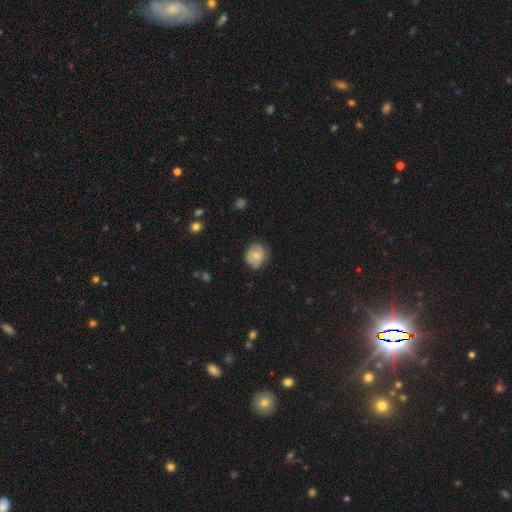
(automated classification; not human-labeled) Smooth or featured? smooth (66%)
How rounded? round (71%)
Merging? none (63%)